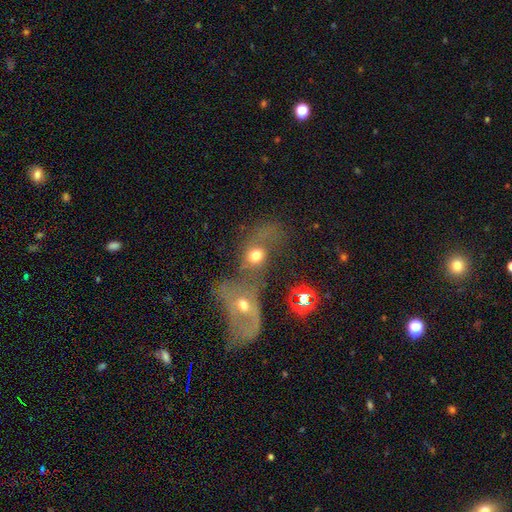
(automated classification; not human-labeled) Smooth or featured?
  - smooth: 54% *
  - featured or disk: 31%
  - star or artifact: 15%
How rounded?
  - in between: 50% *
  - round: 48%
  - cigar-shaped: 2%
Merging?
  - merger: 65% *
  - none: 16%
  - major disturbance: 12%
  - minor disturbance: 7%